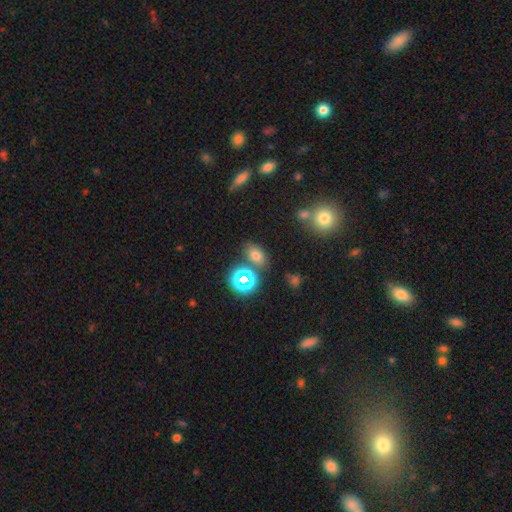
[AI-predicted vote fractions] smooth 67%, star or artifact 23%, featured or disk 10%. Down the decision tree: how rounded — in between (77%); merging — none (76%).